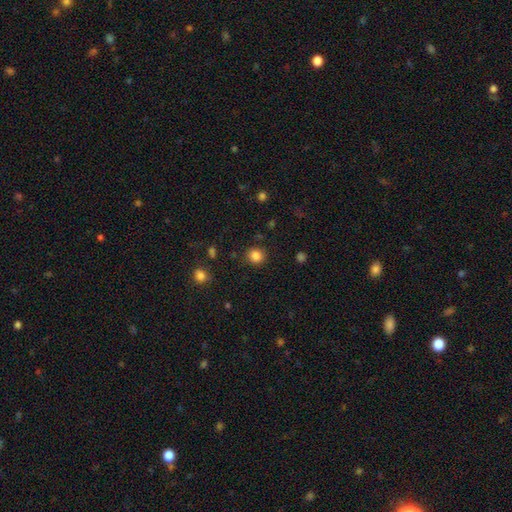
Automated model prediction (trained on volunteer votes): Smooth or featured? Predicted: smooth (p=0.85). How rounded? Predicted: round (p=0.88). Merging? Predicted: none (p=0.88).